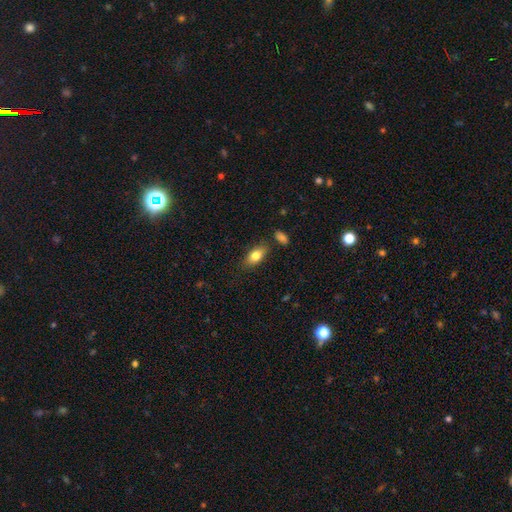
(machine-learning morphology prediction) This is likely a smooth galaxy (79%). How rounded: clearly in between (87%). Merging: clearly none (81%).